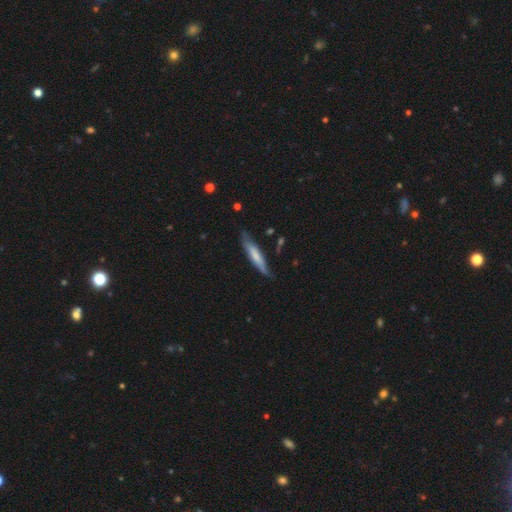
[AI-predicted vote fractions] This is possibly a smooth galaxy (58%). How rounded: clearly cigar-shaped (84%). Merging: likely none (69%).